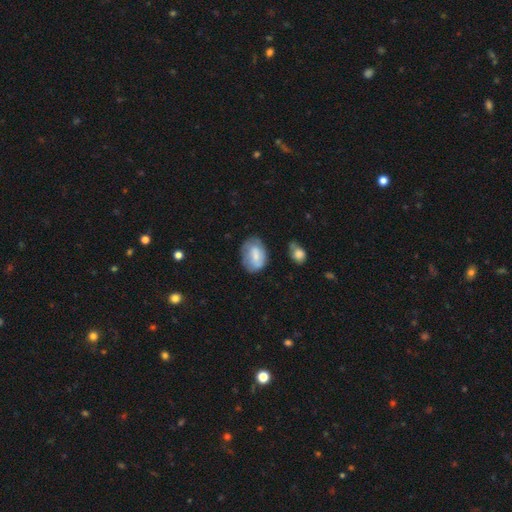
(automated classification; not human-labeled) Smooth or featured?
  - smooth: 65% *
  - featured or disk: 28%
  - star or artifact: 7%
How rounded?
  - in between: 81% *
  - round: 18%
  - cigar-shaped: 1%
Merging?
  - none: 58% *
  - minor disturbance: 29%
  - major disturbance: 9%
  - merger: 4%